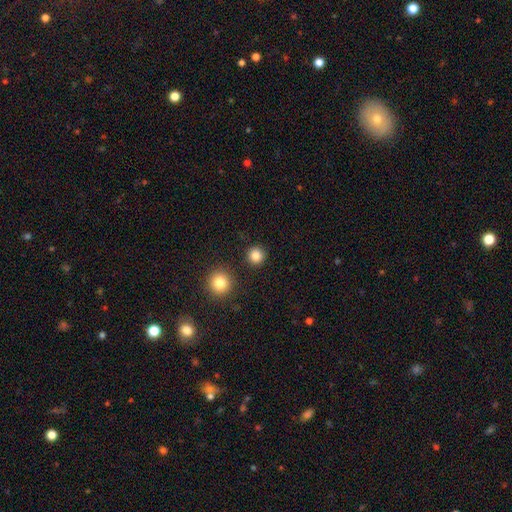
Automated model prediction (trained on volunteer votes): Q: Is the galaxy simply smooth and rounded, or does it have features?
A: smooth — 83%.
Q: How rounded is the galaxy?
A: round — 95%.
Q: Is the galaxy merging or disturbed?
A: none — 91%.